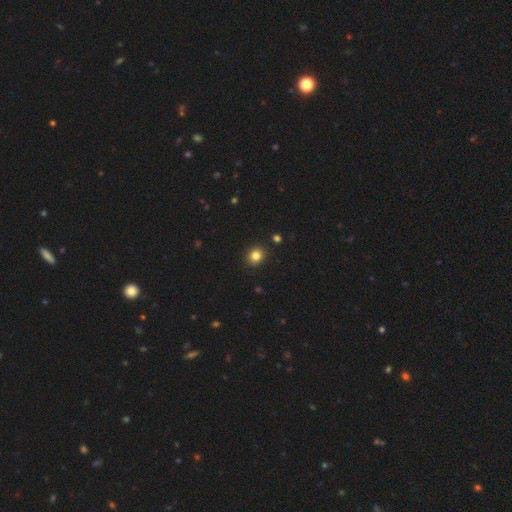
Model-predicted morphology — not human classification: Q: Smooth or featured?
A: smooth (83%); runner-up: star or artifact (12%)
Q: How rounded?
A: round (78%); runner-up: in between (21%)
Q: Merging?
A: none (91%); runner-up: minor disturbance (6%)